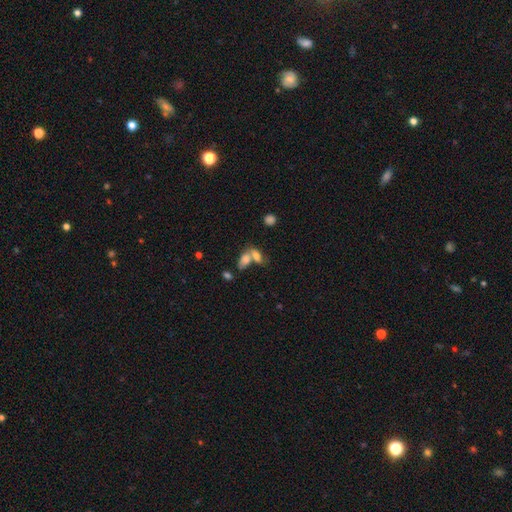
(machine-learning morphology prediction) type=smooth (73%); roundness=in between (83%); merging=merger (57%).